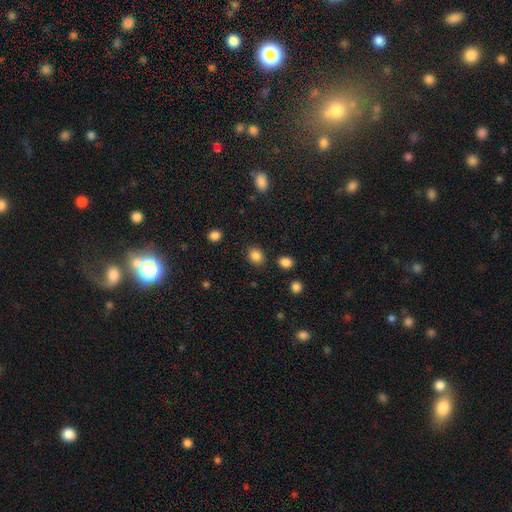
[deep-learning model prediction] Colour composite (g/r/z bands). It shows a smooth galaxy with no disk features (86%) that is round (61%). Merging: none (84%).